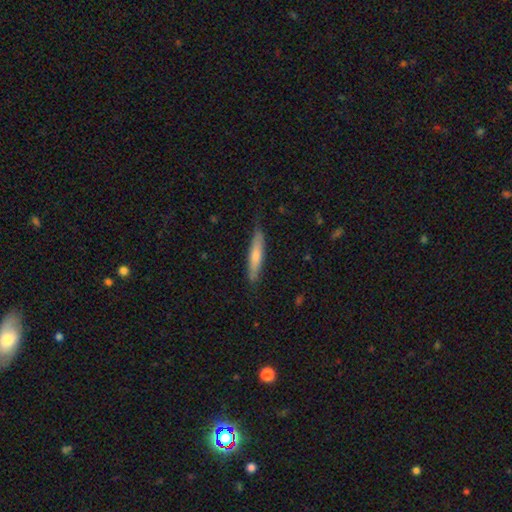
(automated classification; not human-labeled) Morphology: type=smooth (62%); roundness=cigar-shaped (88%); merging=none (80%).